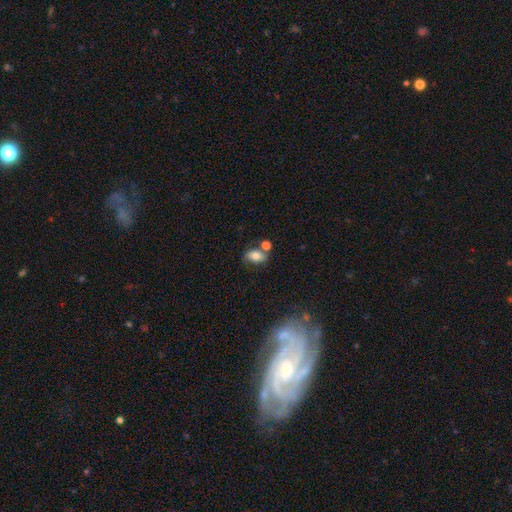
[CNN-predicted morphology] A smooth galaxy with no disk features (75%) that is in between round and cigar-shaped (84%). Merging: none (53%).